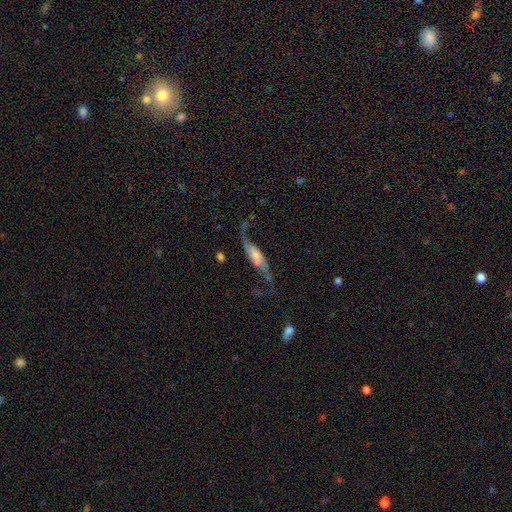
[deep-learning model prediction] Smooth or featured? featured or disk (75%)
Edge-on disk? no (82%)
Bar? no (46%)
Spiral arms? yes (92%)
Spiral winding? loose (86%)
Spiral arm count? 2 (91%)
Bulge size? small (31%)
Merging? none (53%)